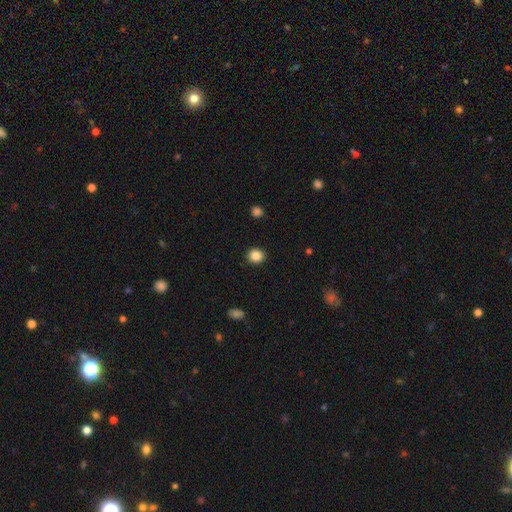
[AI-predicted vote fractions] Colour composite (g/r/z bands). It shows a smooth galaxy with no disk features (86%) that is round (83%). Merging: none (91%).